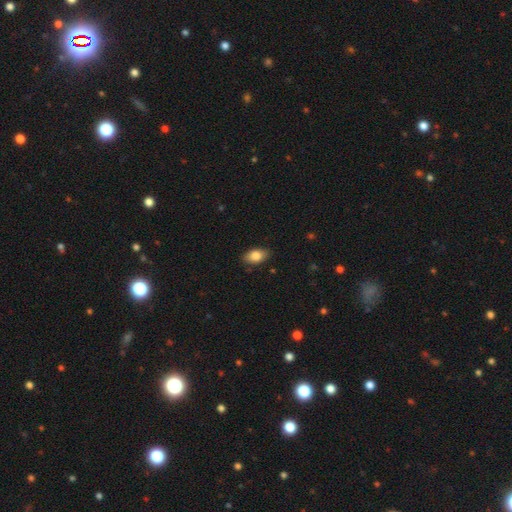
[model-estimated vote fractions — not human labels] Smooth or featured? Predicted: smooth (p=0.84). How rounded? Predicted: in between (p=0.90). Merging? Predicted: none (p=0.85).